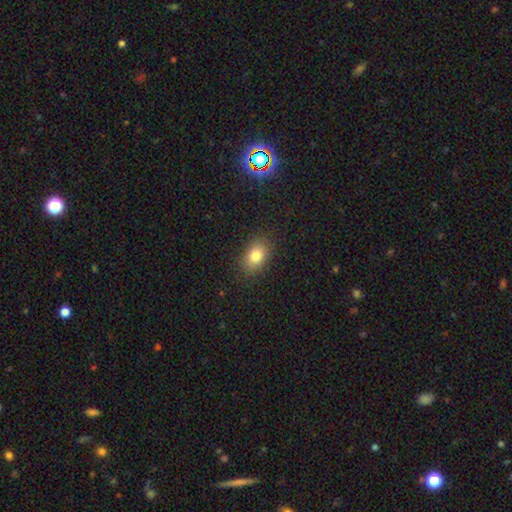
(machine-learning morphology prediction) type=smooth (81%); roundness=in between (78%); merging=none (86%).